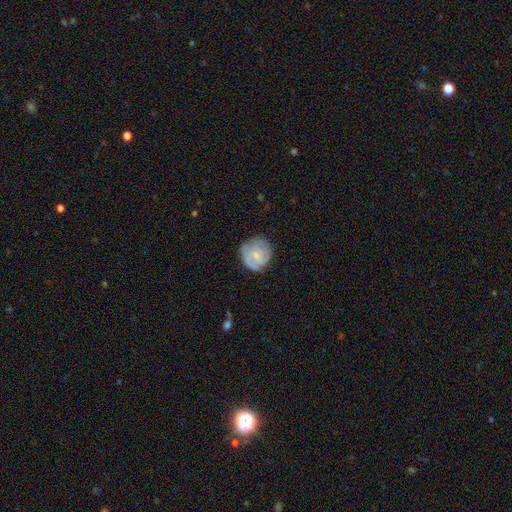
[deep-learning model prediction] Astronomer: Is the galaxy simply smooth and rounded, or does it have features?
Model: smooth — 50% (runner-up: featured or disk, 44%).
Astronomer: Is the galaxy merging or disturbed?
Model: none — 72%.